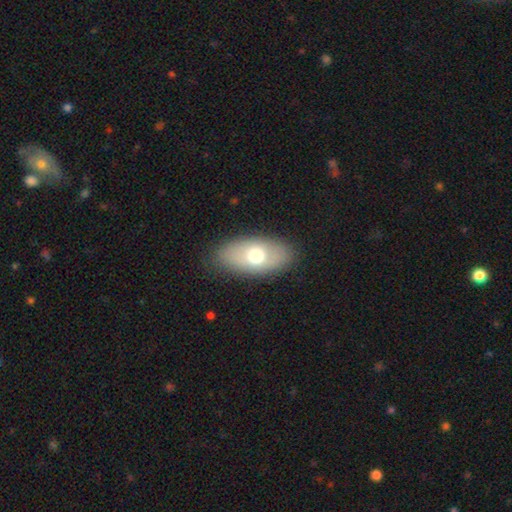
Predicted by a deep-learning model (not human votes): A smooth galaxy with no disk features (66%) that is in between round and cigar-shaped (91%).

Vote fractions:
- Smooth or featured? smooth: 66% / featured or disk: 26% / star or artifact: 8%
- How rounded? in between: 91% / round: 6% / cigar-shaped: 3%
- Merging? none: 84% / minor disturbance: 11% / major disturbance: 4% / merger: 1%